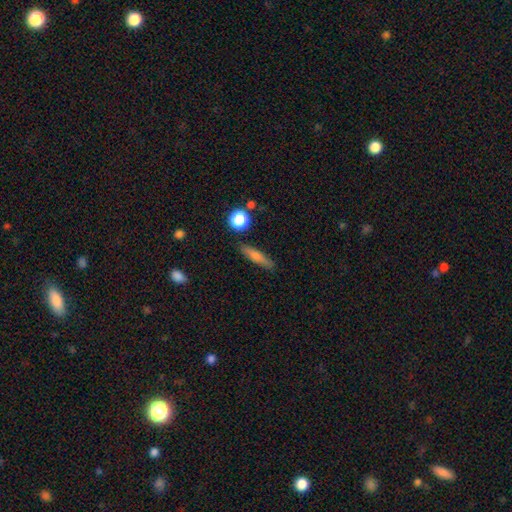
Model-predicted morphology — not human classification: Q: Smooth or featured?
A: smooth (64%); runner-up: featured or disk (27%)
Q: How rounded?
A: cigar-shaped (82%); runner-up: in between (14%)
Q: Merging?
A: none (85%); runner-up: minor disturbance (10%)